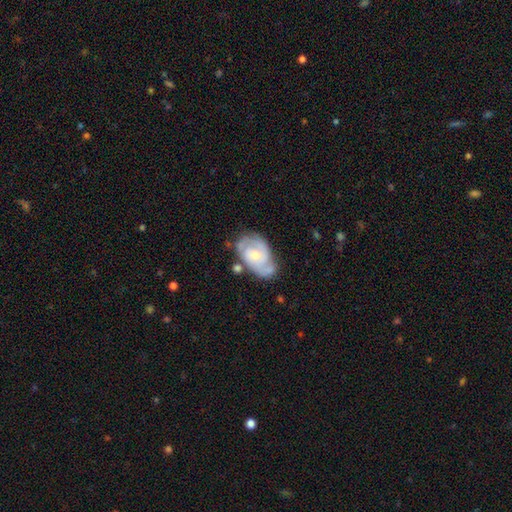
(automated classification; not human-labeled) Smooth or featured: featured or disk — 77% (smooth — 17%)
Edge-on disk: no — 97% (yes — 3%)
Bar: no — 61% (weak — 33%)
Spiral arms: yes — 92% (no — 8%)
Spiral winding: tight — 44% (medium — 43%)
Spiral arm count: 2 — 60% (can't tell — 18%)
Bulge size: small — 51% (moderate — 43%)
Merging: none — 55% (minor disturbance — 25%)